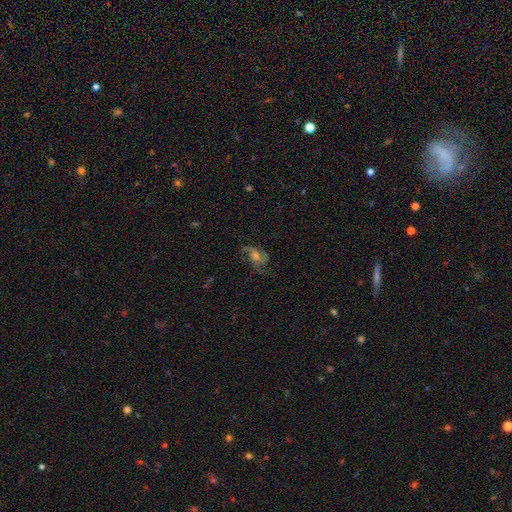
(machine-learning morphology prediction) Overall: featured or disk (72%). Edge-on disk: no (96%). Bar: no (63%; weak 30%). Spiral arms: yes (93%). Spiral arm count: 2 (52%; 3 22%). Spiral winding: medium (52%; loose 28%). Bulge size: moderate (52%; small 21%). Merging: none (68%).